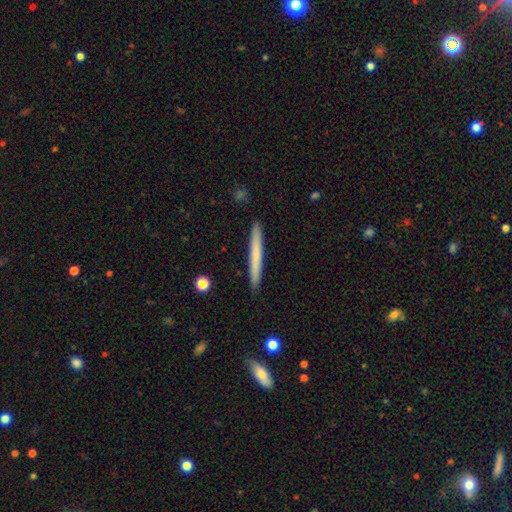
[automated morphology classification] Overall: smooth (65%; featured or disk 30%). How rounded: cigar-shaped (97%). Merging: none (92%).